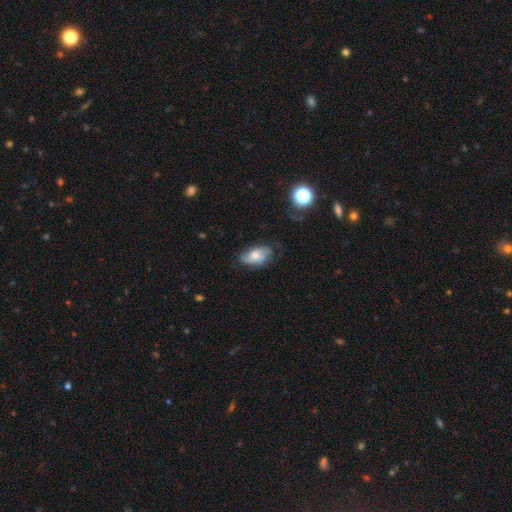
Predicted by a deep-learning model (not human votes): Q: Smooth or featured?
A: smooth (53%); runner-up: featured or disk (39%)
Q: How rounded?
A: in between (90%); runner-up: round (7%)
Q: Merging?
A: none (57%); runner-up: minor disturbance (30%)